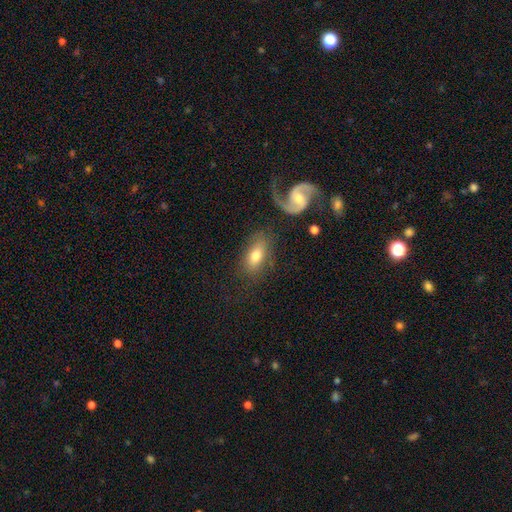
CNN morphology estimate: Overall: smooth (67%). How rounded: in between (85%). Merging: none (67%).